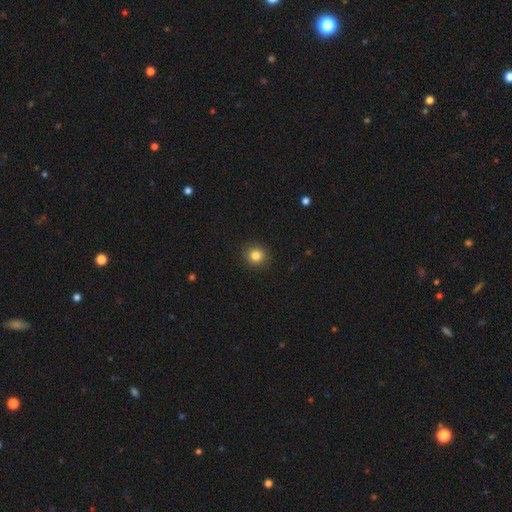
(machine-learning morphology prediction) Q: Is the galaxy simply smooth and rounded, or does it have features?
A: smooth — 83%.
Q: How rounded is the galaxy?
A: round — 89%.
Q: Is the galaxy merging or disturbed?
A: none — 91%.